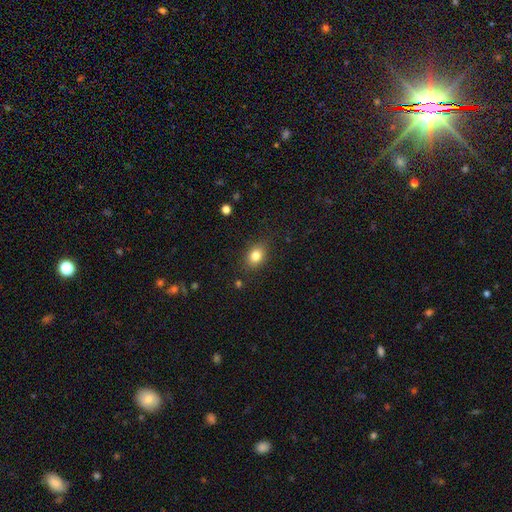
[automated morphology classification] smooth-or-featured: smooth: 81% | star or artifact: 11% | featured or disk: 8%
  how-rounded: in between: 61% | round: 38% | cigar-shaped: 1%
  merging: none: 84% | minor disturbance: 11% | major disturbance: 3% | merger: 1%